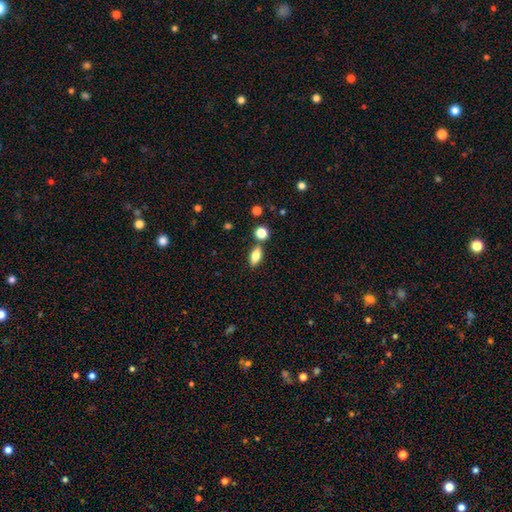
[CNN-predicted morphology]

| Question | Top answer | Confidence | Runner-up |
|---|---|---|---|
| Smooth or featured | smooth | 76% | featured or disk (16%) |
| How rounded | in between | 80% | cigar-shaped (13%) |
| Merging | none | 76% | merger (11%) |